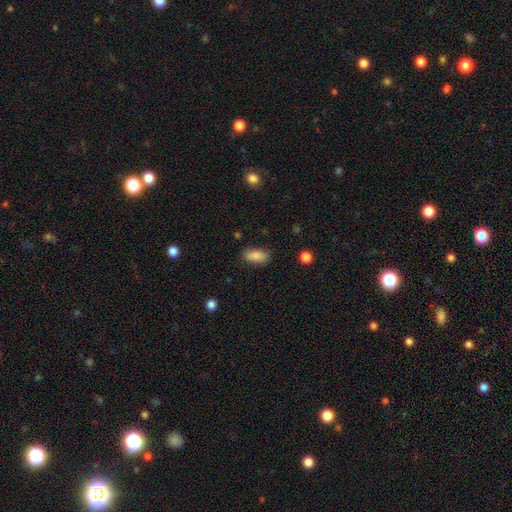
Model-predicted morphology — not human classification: Smooth or featured: smooth — 86% (star or artifact — 8%)
How rounded: in between — 89% (cigar-shaped — 8%)
Merging: none — 83% (minor disturbance — 13%)